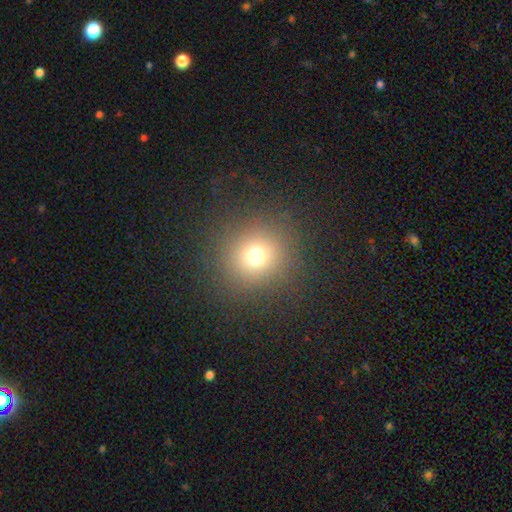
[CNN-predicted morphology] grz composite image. It shows a smooth galaxy with no disk features (71%) that is round (92%). Merging: none (88%).